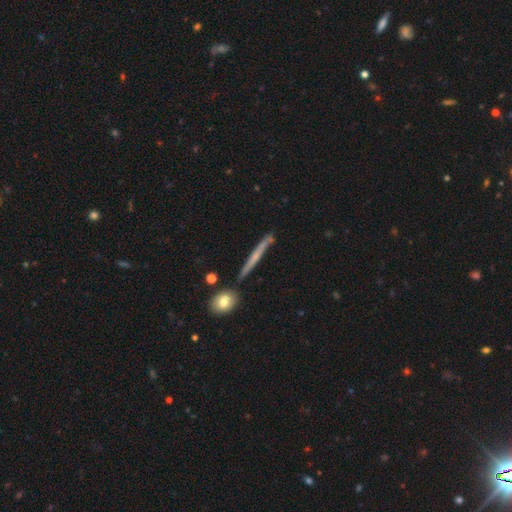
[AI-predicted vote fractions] This is possibly a featured or disk galaxy (53%). It is clearly viewed edge-on (95%). Edge-on bulge: likely none (67%). Merging: clearly none (83%).